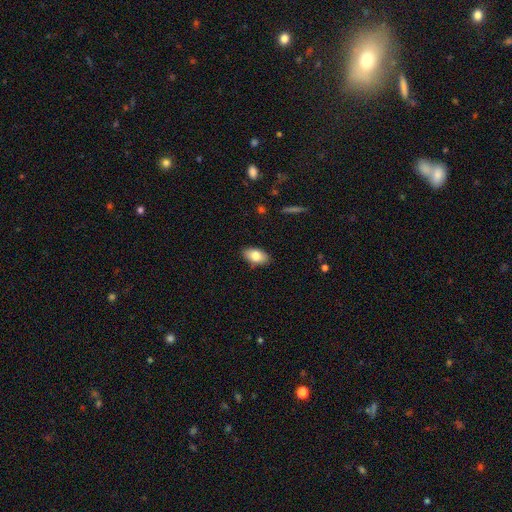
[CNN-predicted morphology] Q: Smooth or featured?
A: smooth (81%); runner-up: featured or disk (12%)
Q: How rounded?
A: in between (93%); runner-up: round (4%)
Q: Merging?
A: none (87%); runner-up: minor disturbance (10%)